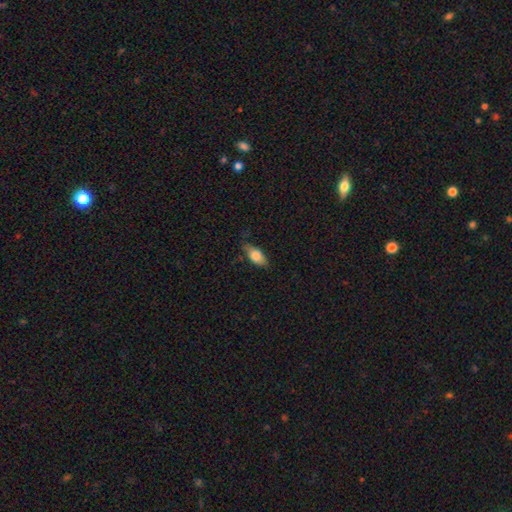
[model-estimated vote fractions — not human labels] smooth-or-featured: smooth: 77% | featured or disk: 16% | star or artifact: 7%
  how-rounded: in between: 86% | cigar-shaped: 10% | round: 4%
  merging: none: 69% | minor disturbance: 24% | major disturbance: 5% | merger: 1%